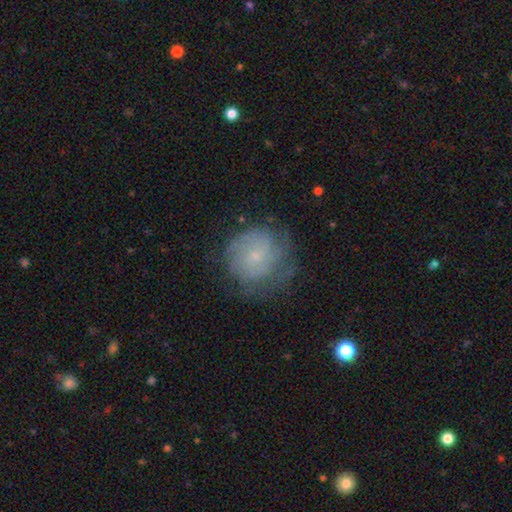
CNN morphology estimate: Smooth or featured: featured or disk — 51% (smooth — 39%)
Edge-on disk: no — 97% (yes — 3%)
Merging: none — 60% (minor disturbance — 24%)